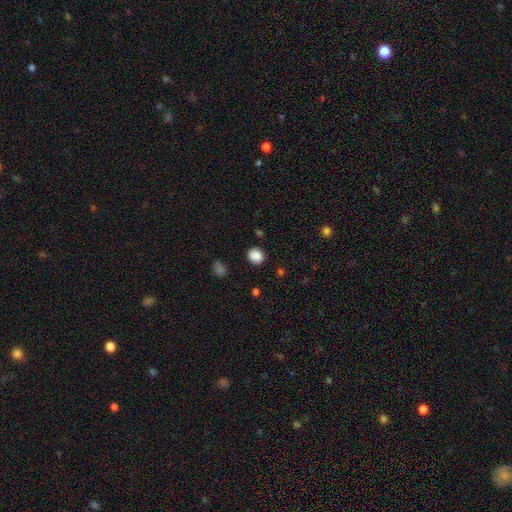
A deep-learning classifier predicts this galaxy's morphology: Smooth or featured: smooth — 87% (star or artifact — 10%)
How rounded: round — 72% (in between — 27%)
Merging: none — 88% (minor disturbance — 8%)